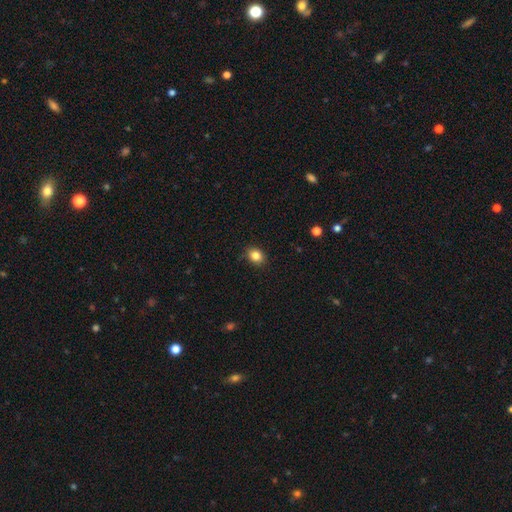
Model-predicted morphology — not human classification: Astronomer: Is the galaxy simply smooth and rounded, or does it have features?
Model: smooth — 84%.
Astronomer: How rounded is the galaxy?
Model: round — 52% (runner-up: in between, 47%).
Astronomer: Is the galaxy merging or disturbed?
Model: none — 88%.